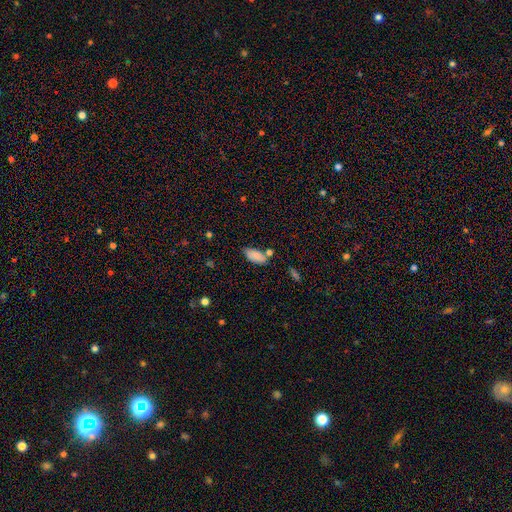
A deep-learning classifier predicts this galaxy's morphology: Q: Smooth or featured?
A: smooth (85%); runner-up: star or artifact (8%)
Q: How rounded?
A: in between (90%); runner-up: cigar-shaped (8%)
Q: Merging?
A: none (64%); runner-up: minor disturbance (20%)